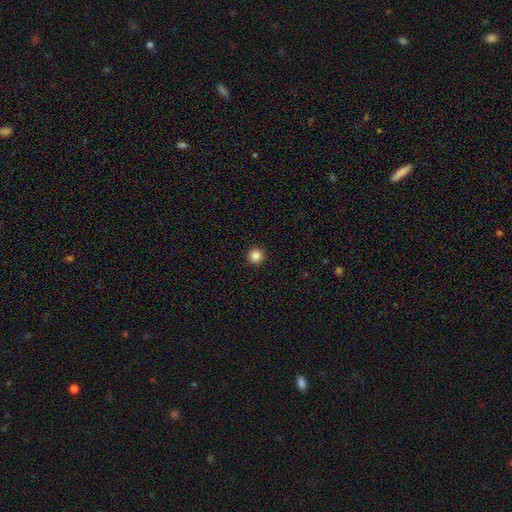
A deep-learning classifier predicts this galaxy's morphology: type=smooth (86%); roundness=round (96%); merging=none (94%).